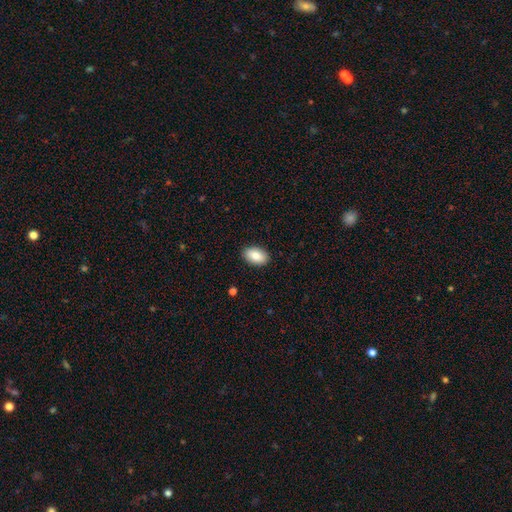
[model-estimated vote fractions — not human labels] The model was most divided on "smooth or featured": smooth: 86%, featured or disk: 7%, star or artifact: 7%. More confident: how rounded — in between (92%); merging — none (90%).